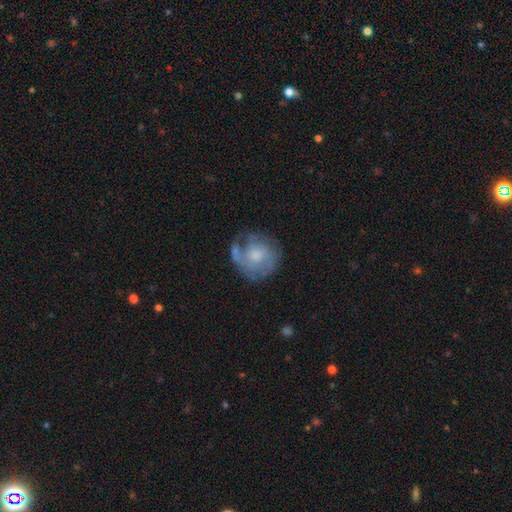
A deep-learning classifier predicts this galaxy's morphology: Q: Smooth or featured?
A: featured or disk (57%); runner-up: smooth (36%)
Q: Edge-on disk?
A: no (97%); runner-up: yes (3%)
Q: Bar?
A: no (77%); runner-up: weak (20%)
Q: Spiral arms?
A: yes (67%); runner-up: no (33%)
Q: Bulge size?
A: moderate (49%); runner-up: small (31%)
Q: Merging?
A: none (58%); runner-up: minor disturbance (22%)